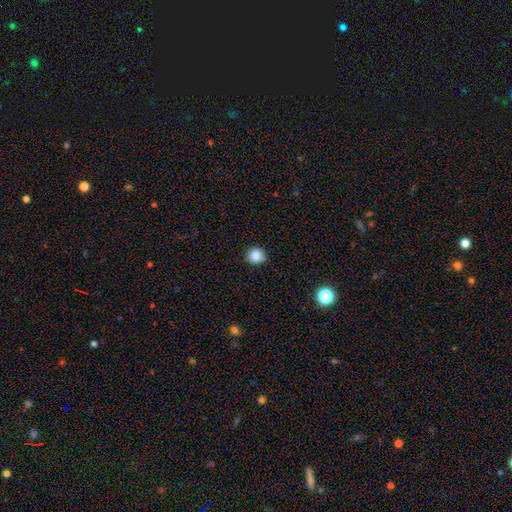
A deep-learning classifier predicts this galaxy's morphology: The model was most divided on "smooth or featured": smooth: 85%, star or artifact: 11%, featured or disk: 4%. More confident: how rounded — round (91%); merging — none (85%).